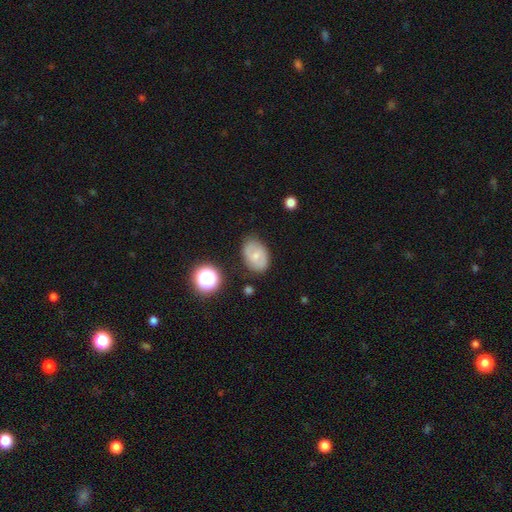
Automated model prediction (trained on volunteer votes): smooth 56%, featured or disk 35%, star or artifact 9%. Down the decision tree: how rounded — in between (80%); merging — none (76%).